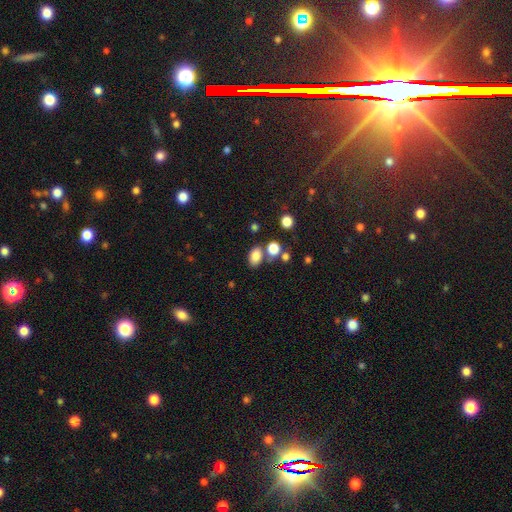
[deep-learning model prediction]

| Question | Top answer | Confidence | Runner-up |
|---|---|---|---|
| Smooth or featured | smooth | 82% | star or artifact (11%) |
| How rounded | in between | 81% | round (18%) |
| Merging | none | 66% | merger (17%) |